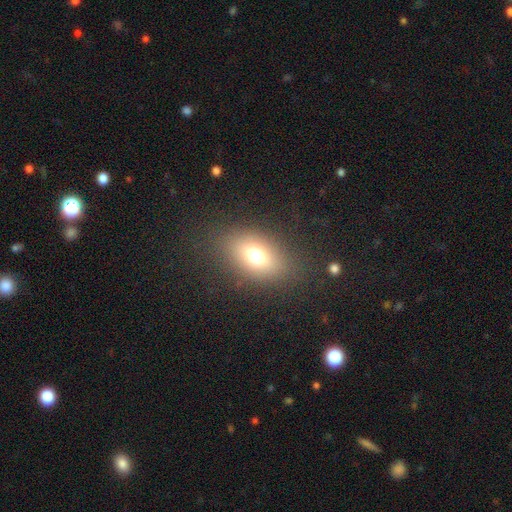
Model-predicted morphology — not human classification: Q: Smooth or featured?
A: smooth (71%); runner-up: featured or disk (15%)
Q: How rounded?
A: in between (79%); runner-up: round (18%)
Q: Merging?
A: none (82%); runner-up: minor disturbance (10%)